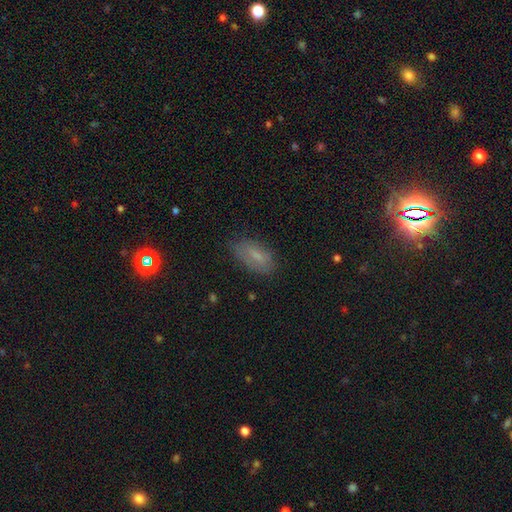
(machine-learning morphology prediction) A smooth galaxy with no disk features (69%) that is in between round and cigar-shaped (86%).

Vote fractions:
- Smooth or featured? smooth: 69% / featured or disk: 18% / star or artifact: 13%
- How rounded? in between: 86% / cigar-shaped: 10% / round: 4%
- Merging? none: 74% / minor disturbance: 19% / major disturbance: 6% / merger: 1%